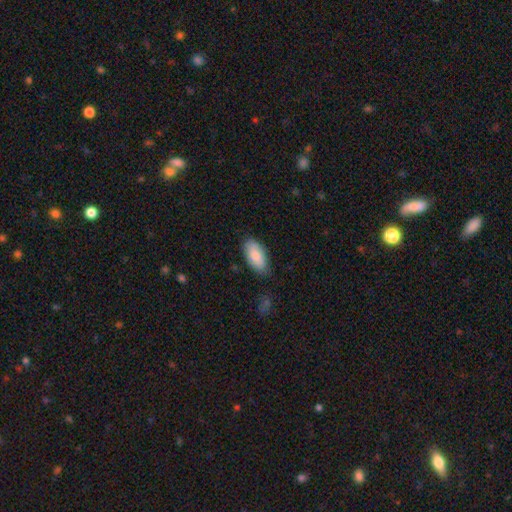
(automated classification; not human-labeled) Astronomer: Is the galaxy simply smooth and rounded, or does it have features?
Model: smooth — 85%.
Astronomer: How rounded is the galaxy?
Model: in between — 92%.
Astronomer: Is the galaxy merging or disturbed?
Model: none — 77%.